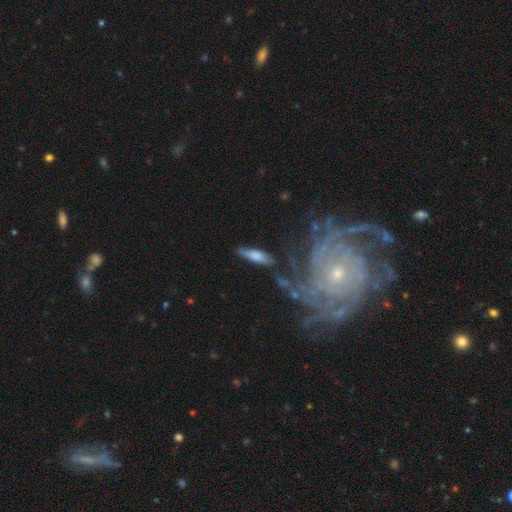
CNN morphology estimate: The model was most divided on "how rounded": cigar-shaped: 60%, in between: 38%, round: 2%. More confident: merging — none (69%); smooth or featured — smooth (65%).